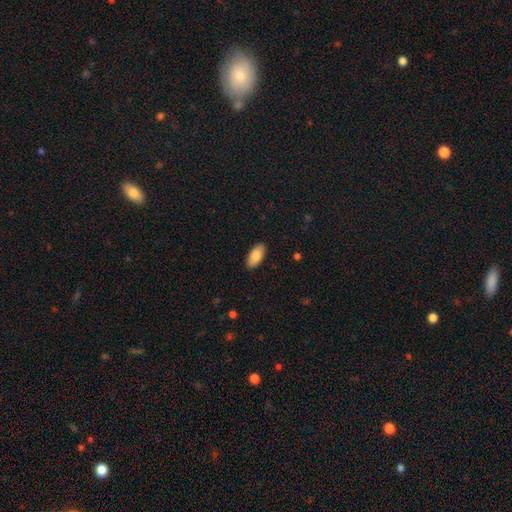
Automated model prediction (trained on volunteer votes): A smooth galaxy with no disk features (85%) that is in between round and cigar-shaped (93%). Merging: none (89%).